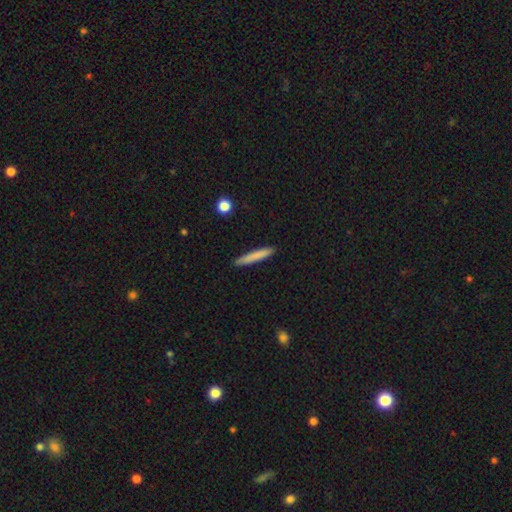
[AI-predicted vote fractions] Morphology: type=smooth (78%); roundness=cigar-shaped (95%); merging=none (90%).